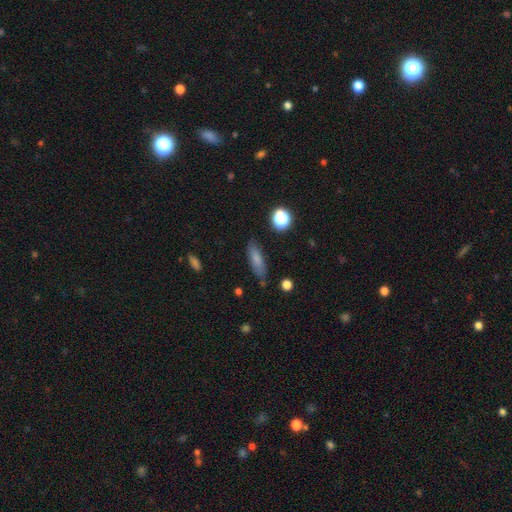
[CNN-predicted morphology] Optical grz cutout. It shows a smooth galaxy with no disk features (67%) that is cigar-shaped (51%). Merging: none (82%).